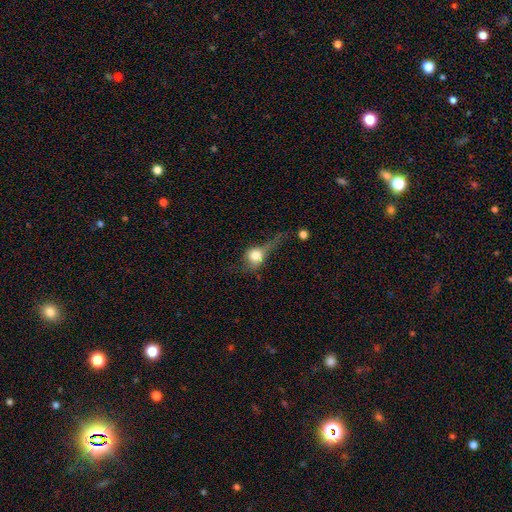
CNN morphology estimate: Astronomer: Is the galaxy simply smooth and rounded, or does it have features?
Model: smooth — 62%.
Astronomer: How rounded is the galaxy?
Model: round — 69%.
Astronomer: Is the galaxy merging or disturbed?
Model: major disturbance — 41% (runner-up: none, 26%).